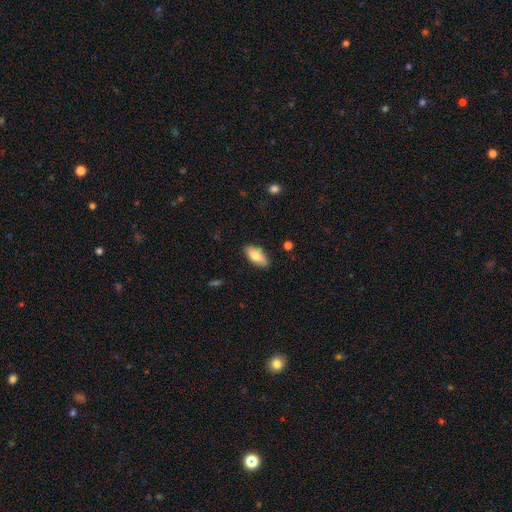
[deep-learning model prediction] Overall: smooth (79%). How rounded: in between (91%). Merging: none (87%).